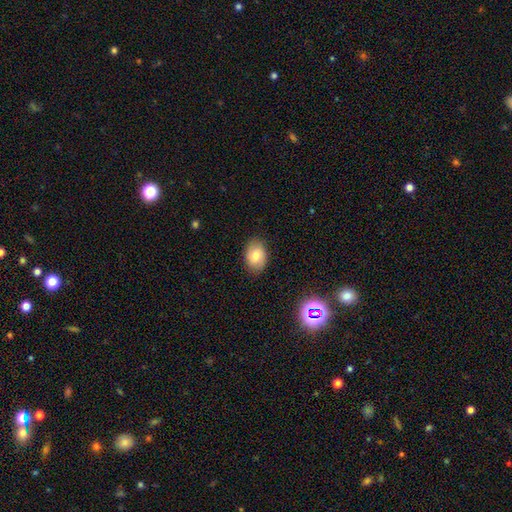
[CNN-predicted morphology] smooth 75%, featured or disk 15%, star or artifact 10%. Down the decision tree: how rounded — in between (75%); merging — none (84%).